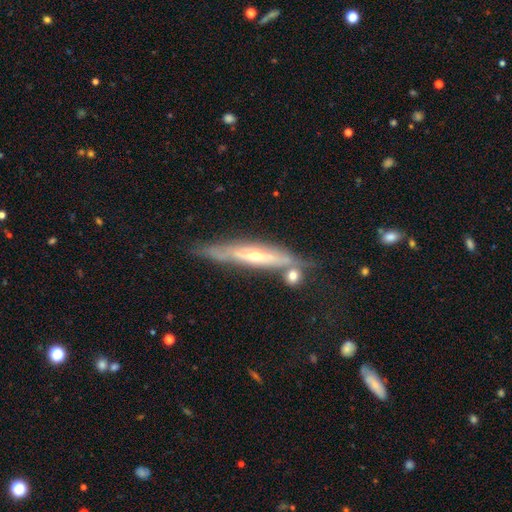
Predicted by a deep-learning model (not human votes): smooth_or_featured: featured or disk (p=0.71) [alt: smooth p=0.22]
disk_edge_on: yes (p=0.79) [alt: no p=0.21]
edge_on_bulge: rounded (p=0.80) [alt: none p=0.16]
merging: none (p=0.65) [alt: minor disturbance p=0.20]